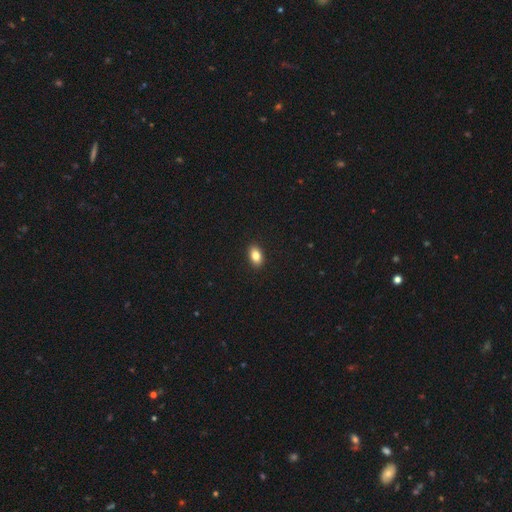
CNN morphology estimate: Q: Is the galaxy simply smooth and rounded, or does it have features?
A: smooth — 83%.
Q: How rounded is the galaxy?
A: in between — 90%.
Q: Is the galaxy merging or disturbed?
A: none — 91%.